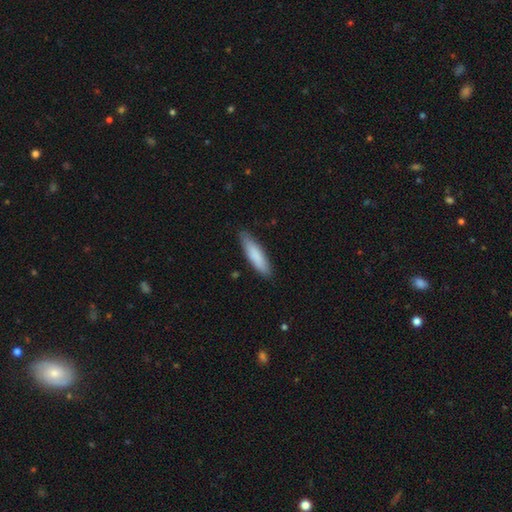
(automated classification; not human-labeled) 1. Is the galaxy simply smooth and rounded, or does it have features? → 83% smooth, 12% featured or disk, 5% star or artifact.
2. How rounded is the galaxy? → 72% cigar-shaped, 27% in between, 1% round.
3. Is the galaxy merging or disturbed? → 85% none, 12% minor disturbance, 2% major disturbance, 1% merger.